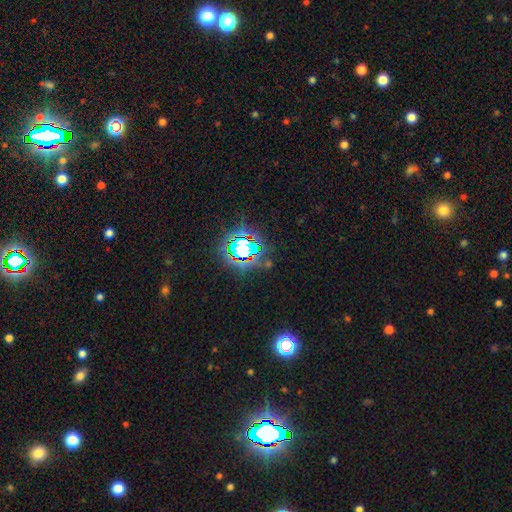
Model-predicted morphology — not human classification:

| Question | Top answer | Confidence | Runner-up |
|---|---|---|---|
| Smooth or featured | star or artifact | 83% | smooth (10%) |